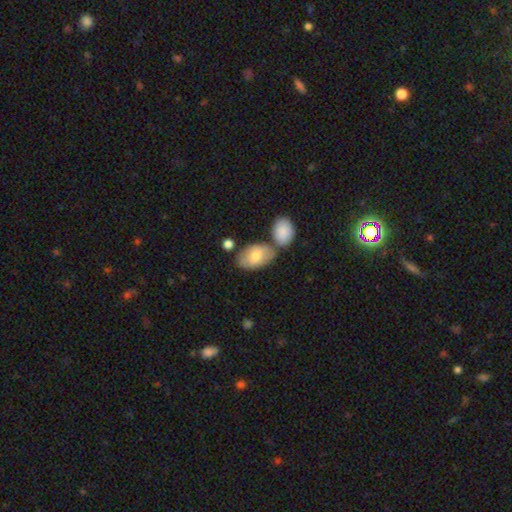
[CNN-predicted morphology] Smooth or featured: smooth — 73% (featured or disk — 21%)
How rounded: in between — 92% (round — 6%)
Merging: none — 50% (merger — 29%)